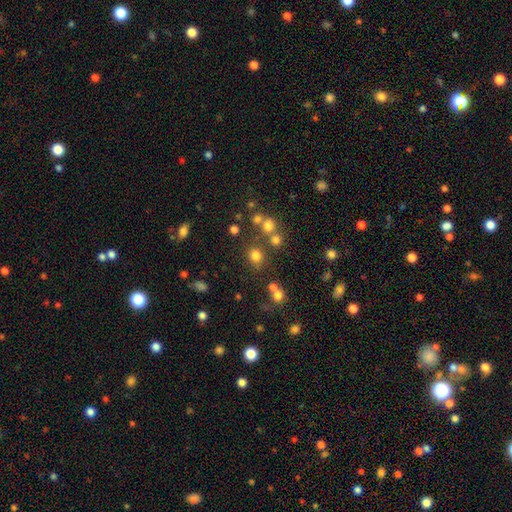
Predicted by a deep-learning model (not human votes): This appears to be a smooth galaxy with no disk features (75%) that is round (82%). Merging: none (75%).